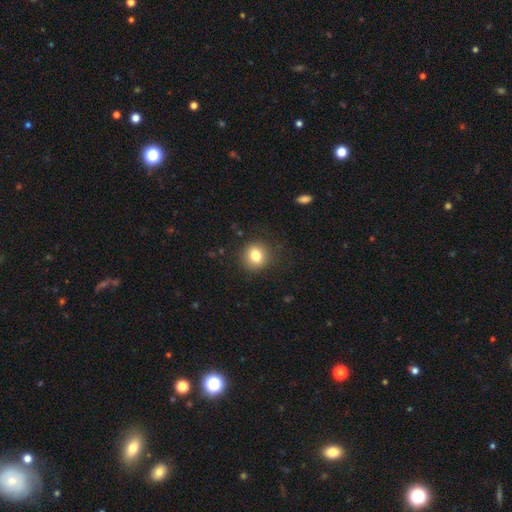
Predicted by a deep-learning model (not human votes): smooth_or_featured: smooth (p=0.80) [alt: star or artifact p=0.11]
how_rounded: round (p=0.76) [alt: in between p=0.23]
merging: none (p=0.87) [alt: minor disturbance p=0.09]